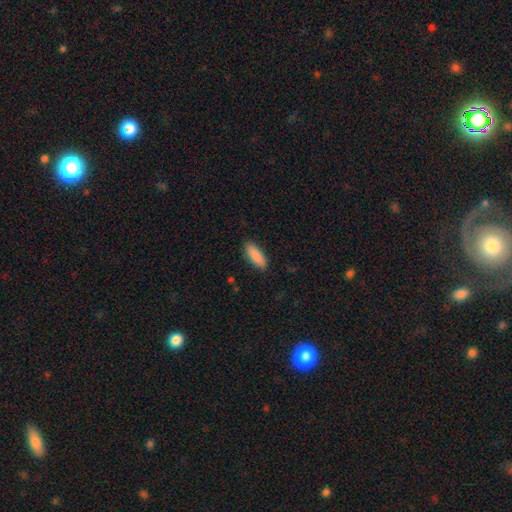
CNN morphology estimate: smooth_or_featured: smooth (p=0.89) [alt: star or artifact p=0.06]
how_rounded: in between (p=0.70) [alt: cigar-shaped p=0.29]
merging: none (p=0.87) [alt: minor disturbance p=0.10]